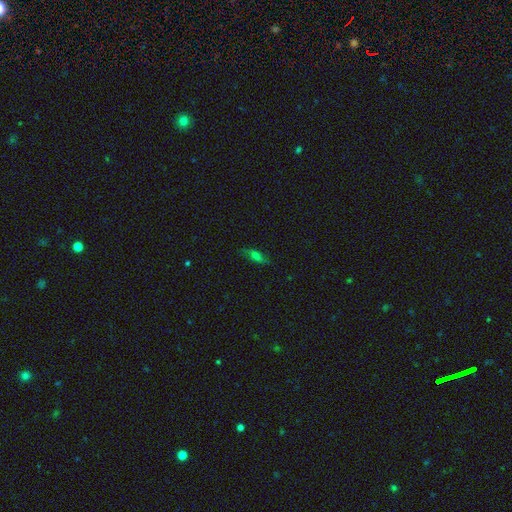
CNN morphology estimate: The model was most divided on "smooth or featured": smooth: 54%, featured or disk: 30%, star or artifact: 17%. More confident: merging — none (71%); how rounded — in between (60%).